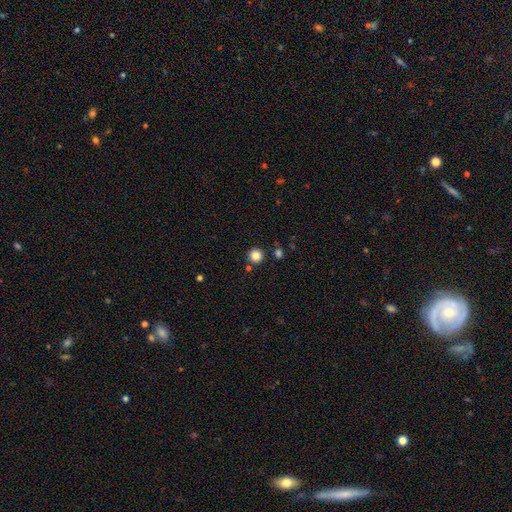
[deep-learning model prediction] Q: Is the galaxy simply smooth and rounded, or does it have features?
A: smooth — 84%.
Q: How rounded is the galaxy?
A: round — 95%.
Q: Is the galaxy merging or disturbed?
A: none — 87%.